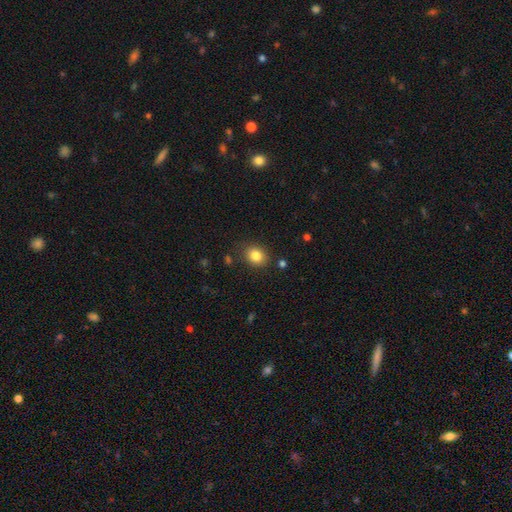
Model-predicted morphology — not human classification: Overall: smooth (84%). How rounded: round (54%; in between 45%). Merging: none (84%).